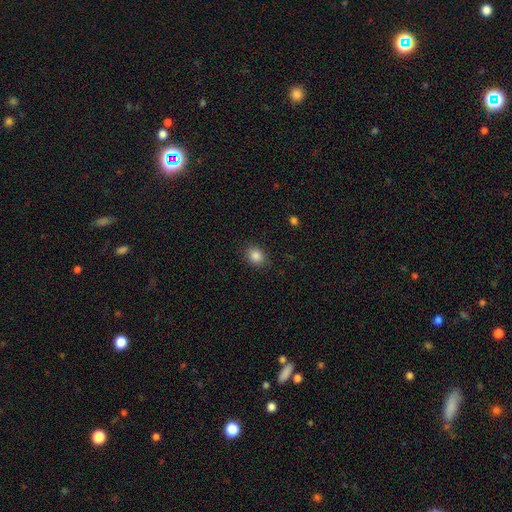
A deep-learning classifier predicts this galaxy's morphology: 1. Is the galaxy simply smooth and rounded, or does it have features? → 86% smooth, 10% star or artifact, 4% featured or disk.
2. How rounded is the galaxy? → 67% round, 32% in between, 1% cigar-shaped.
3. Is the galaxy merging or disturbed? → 87% none, 9% minor disturbance, 3% major disturbance, 1% merger.